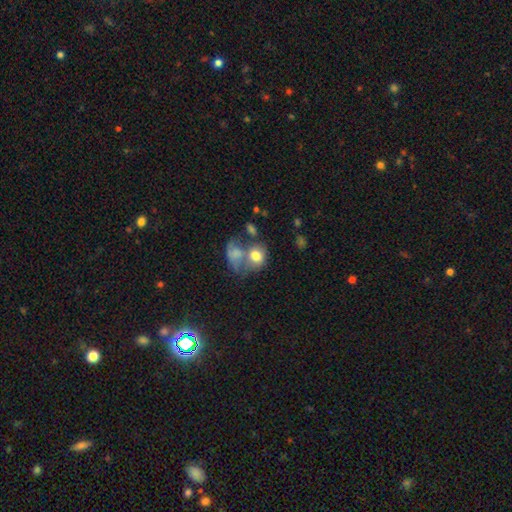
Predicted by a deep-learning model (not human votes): A smooth galaxy with no disk features (73%) that is round (53%). Merging: merger (46%).